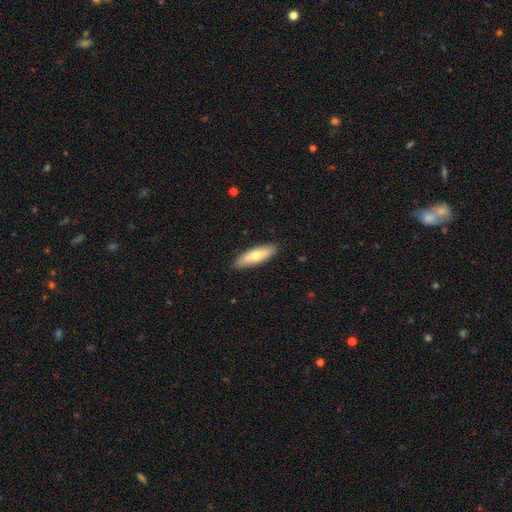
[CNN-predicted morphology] Smooth or featured? Predicted: smooth (p=0.64). How rounded? Predicted: cigar-shaped (p=0.50). Merging? Predicted: none (p=0.89).